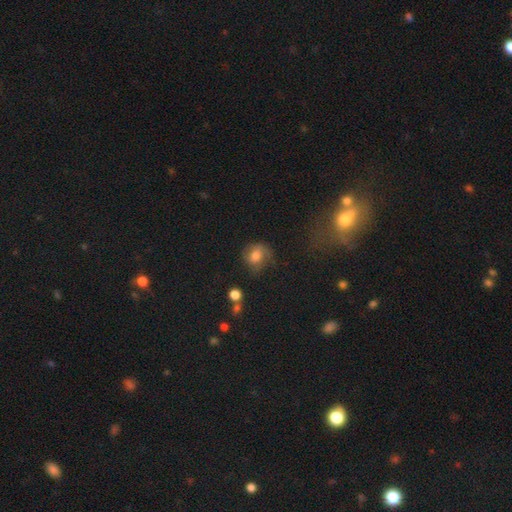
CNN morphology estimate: This appears to be a smooth galaxy with no disk features (57%) that is round (71%). Merging: none (55%).